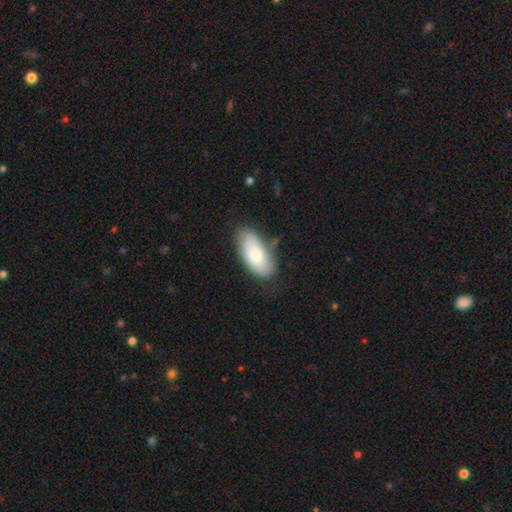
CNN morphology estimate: smooth_or_featured: smooth (p=0.76) [alt: featured or disk p=0.18]
how_rounded: in between (p=0.92) [alt: cigar-shaped p=0.05]
merging: none (p=0.74) [alt: minor disturbance p=0.19]